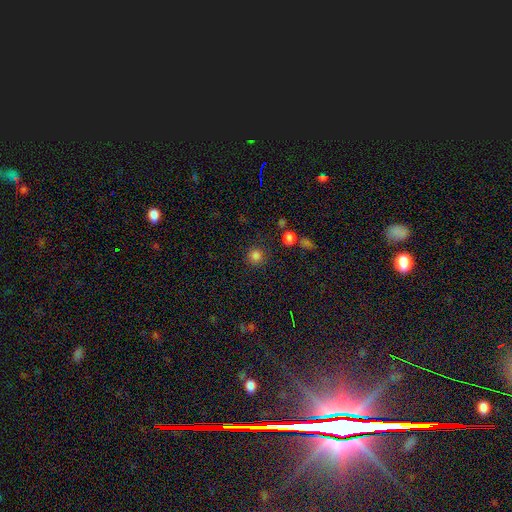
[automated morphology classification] smooth-or-featured: smooth: 82% | star or artifact: 14% | featured or disk: 4%
  how-rounded: round: 91% | in between: 8% | cigar-shaped: 1%
  merging: none: 86% | minor disturbance: 7% | merger: 3% | major disturbance: 3%